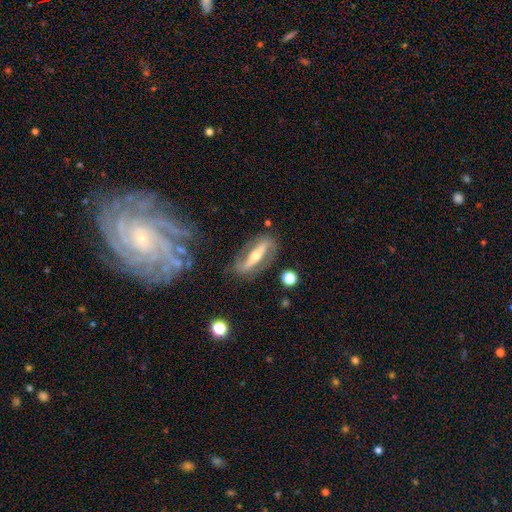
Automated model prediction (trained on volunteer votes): A featured or disk galaxy (77%).

Vote fractions:
- Smooth or featured? featured or disk: 77% / smooth: 17% / star or artifact: 6%
- Edge-on disk? no: 64% / yes: 36%
- Merging? none: 76% / minor disturbance: 15% / major disturbance: 7% / merger: 2%